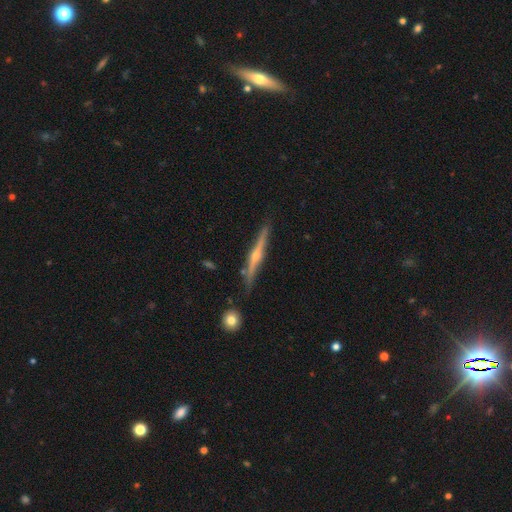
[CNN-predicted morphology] smooth_or_featured: featured or disk (p=0.78) [alt: smooth p=0.16]
disk_edge_on: yes (p=0.98) [alt: no p=0.02]
edge_on_bulge: rounded (p=0.87) [alt: none p=0.09]
merging: none (p=0.85) [alt: minor disturbance p=0.11]